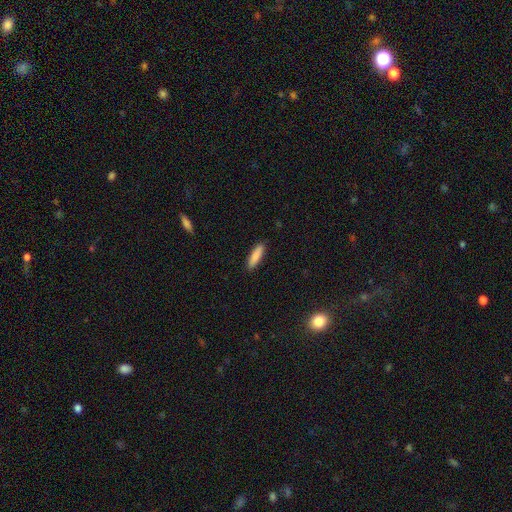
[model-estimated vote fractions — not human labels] This is clearly a smooth galaxy (87%). How rounded: likely cigar-shaped (67%). Merging: clearly none (90%).